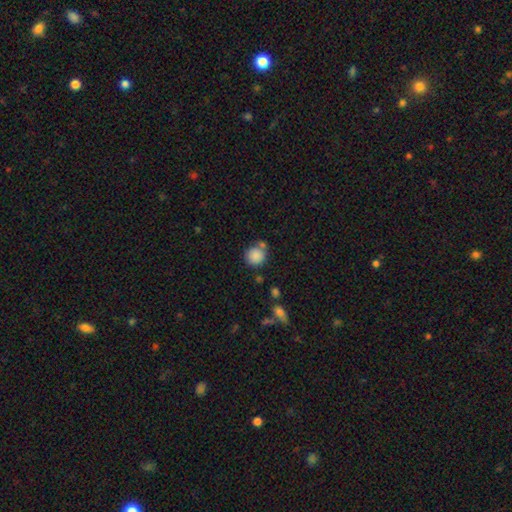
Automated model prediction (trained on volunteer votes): Smooth or featured? smooth (87%)
How rounded? round (90%)
Merging? none (66%)